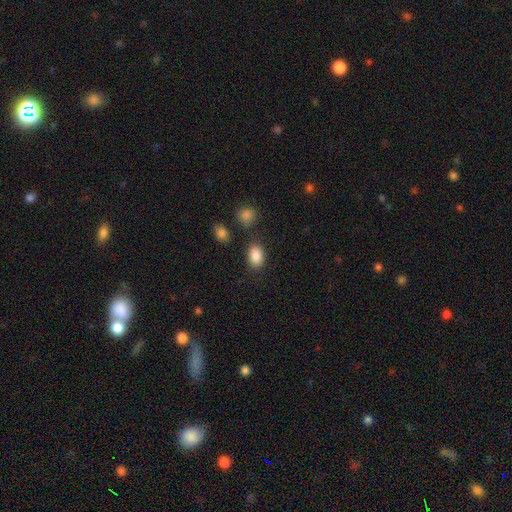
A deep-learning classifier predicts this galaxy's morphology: Smooth or featured: smooth — 87% (star or artifact — 8%)
How rounded: in between — 83% (round — 16%)
Merging: none — 76% (minor disturbance — 13%)